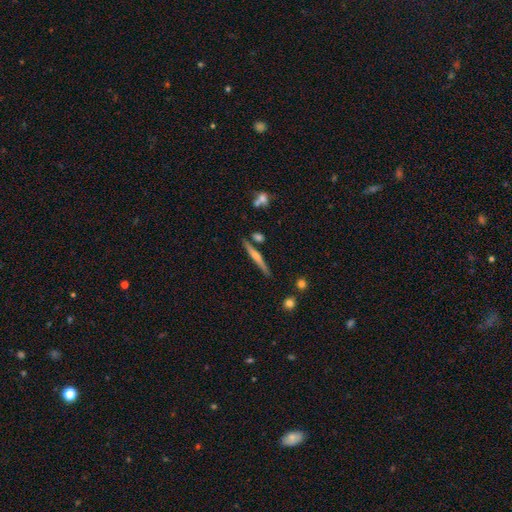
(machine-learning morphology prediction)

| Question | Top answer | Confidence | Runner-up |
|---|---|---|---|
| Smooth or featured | featured or disk | 61% | smooth (32%) |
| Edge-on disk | yes | 97% | no (3%) |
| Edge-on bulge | rounded | 71% | none (22%) |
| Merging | none | 83% | minor disturbance (10%) |